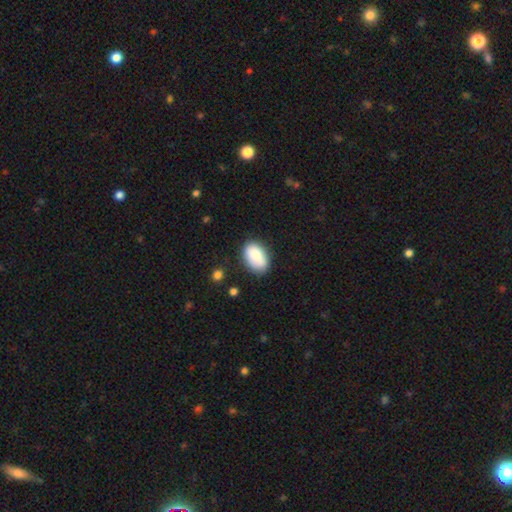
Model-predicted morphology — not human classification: Smooth or featured?
  - smooth: 86% *
  - featured or disk: 7%
  - star or artifact: 7%
How rounded?
  - in between: 91% *
  - round: 8%
  - cigar-shaped: 1%
Merging?
  - none: 76% *
  - minor disturbance: 18%
  - major disturbance: 4%
  - merger: 3%